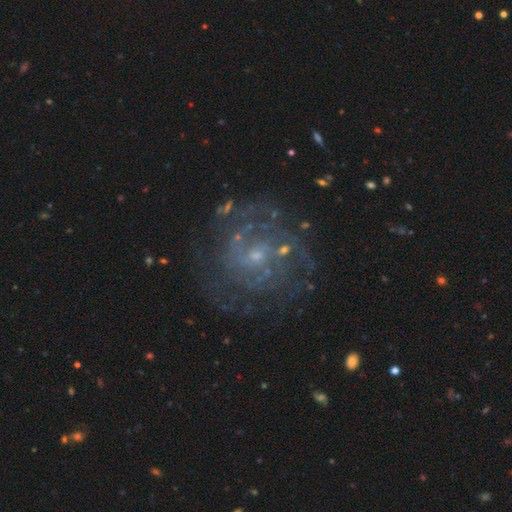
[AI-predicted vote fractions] Smooth or featured?
  - featured or disk: 83% *
  - star or artifact: 9%
  - smooth: 8%
Edge-on disk?
  - no: 98% *
  - yes: 2%
Bar?
  - no: 68% *
  - weak: 27%
  - strong: 5%
Spiral arms?
  - yes: 90% *
  - no: 10%
Spiral winding?
  - tight: 57% *
  - medium: 33%
  - loose: 10%
Spiral arm count?
  - can't tell: 39% *
  - 2: 20%
  - 3: 16%
  - 4: 11%
  - more than 4: 8%
  - 1: 6%
Bulge size?
  - small: 76% *
  - moderate: 17%
  - none: 5%
  - large: 1%
  - dominant: 1%
Merging?
  - none: 72% *
  - minor disturbance: 15%
  - major disturbance: 10%
  - merger: 2%